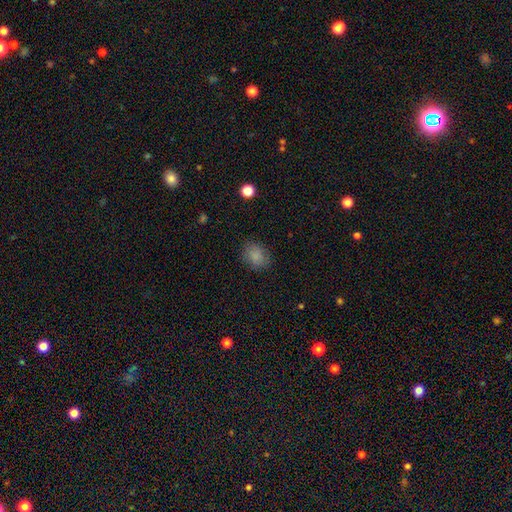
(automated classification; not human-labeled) Morphology: type=smooth (84%); roundness=in between (50%); merging=none (81%).